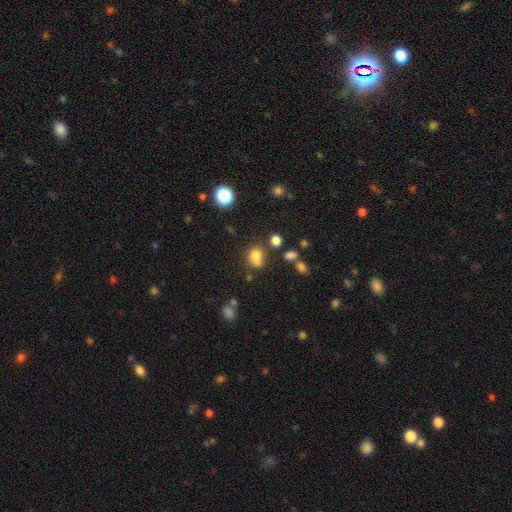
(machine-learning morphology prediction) A smooth galaxy with no disk features (76%) that is round (58%).

Vote fractions:
- Smooth or featured? smooth: 76% / star or artifact: 15% / featured or disk: 9%
- How rounded? round: 58% / in between: 41% / cigar-shaped: 1%
- Merging? none: 50% / minor disturbance: 21% / merger: 19% / major disturbance: 9%